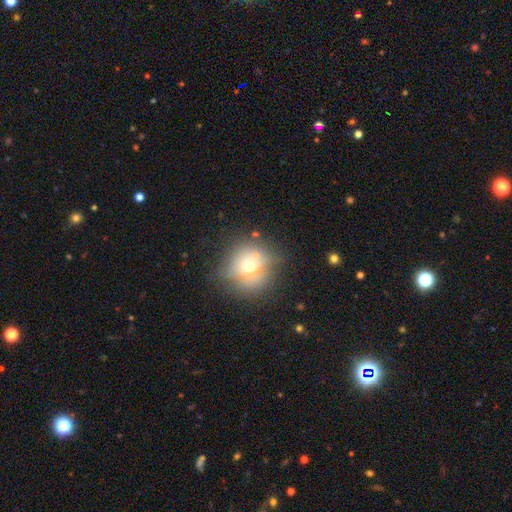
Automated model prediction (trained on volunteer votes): Smooth or featured: smooth — 60% (featured or disk — 22%)
How rounded: round — 90% (in between — 9%)
Merging: none — 66% (minor disturbance — 16%)